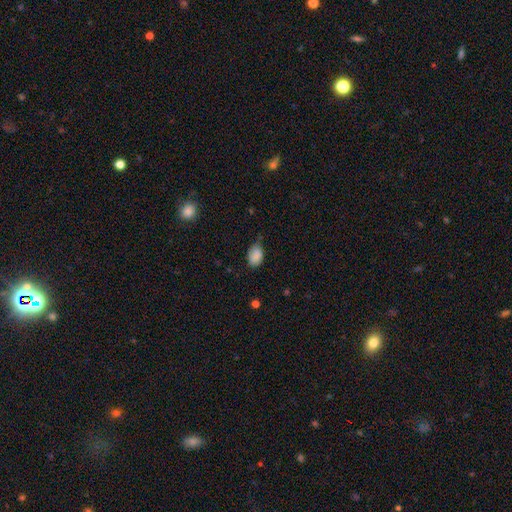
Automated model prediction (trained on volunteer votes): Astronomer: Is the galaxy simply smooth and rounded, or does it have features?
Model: smooth — 85%.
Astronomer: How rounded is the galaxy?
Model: in between — 82%.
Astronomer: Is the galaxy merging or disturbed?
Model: none — 50% (runner-up: minor disturbance, 39%).